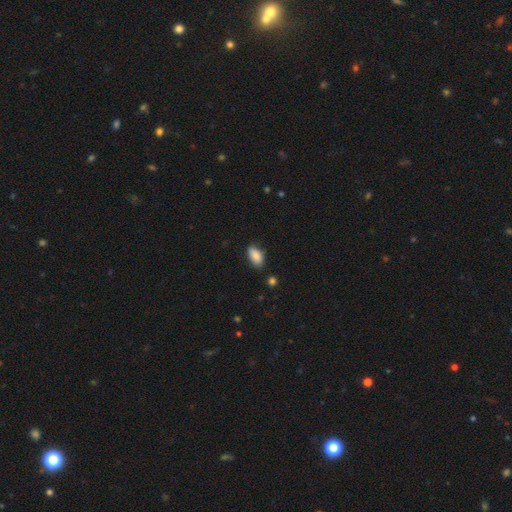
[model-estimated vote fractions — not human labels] Overall: smooth (88%). How rounded: in between (93%). Merging: none (81%).